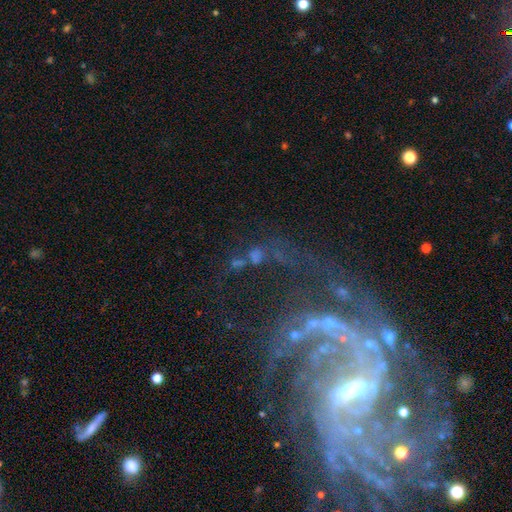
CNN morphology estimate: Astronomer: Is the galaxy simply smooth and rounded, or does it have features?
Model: featured or disk — 49% (runner-up: star or artifact, 33%).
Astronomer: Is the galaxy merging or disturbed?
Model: none — 36% (runner-up: major disturbance, 30%).